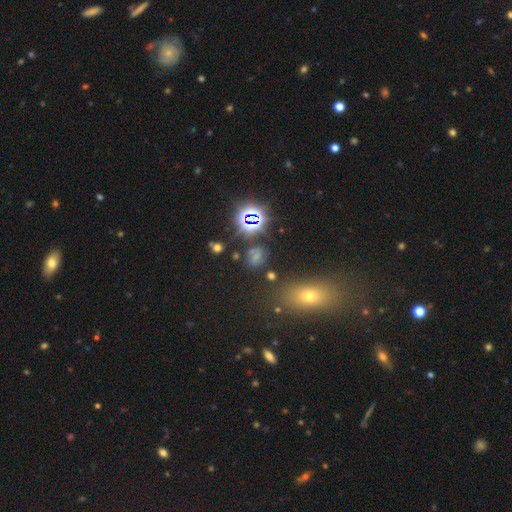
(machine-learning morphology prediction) Smooth or featured?
  - smooth: 43% *
  - star or artifact: 42%
  - featured or disk: 16%
Merging?
  - none: 70% *
  - minor disturbance: 16%
  - major disturbance: 8%
  - merger: 7%